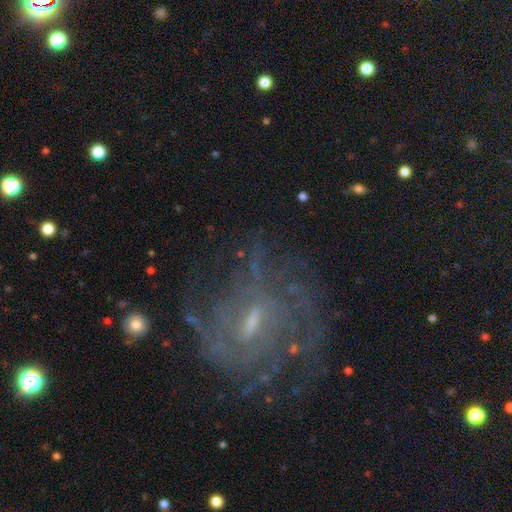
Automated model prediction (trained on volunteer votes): smooth_or_featured: featured or disk (p=0.74) [alt: star or artifact p=0.16]
disk_edge_on: no (p=0.96) [alt: yes p=0.04]
bar: weak (p=0.58) [alt: no p=0.25]
has_spiral_arms: yes (p=0.85) [alt: no p=0.15]
spiral_winding: tight (p=0.53) [alt: medium p=0.34]
spiral_arm_count: can't tell (p=0.53) [alt: 4 p=0.11]
bulge_size: small (p=0.59) [alt: moderate p=0.30]
merging: none (p=0.68) [alt: minor disturbance p=0.16]